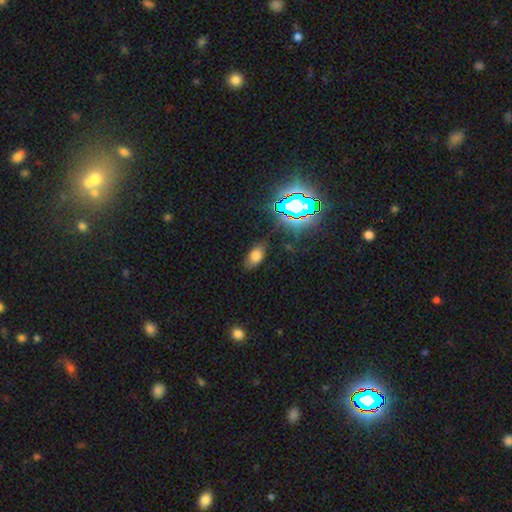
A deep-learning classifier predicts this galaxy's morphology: Smooth or featured? Predicted: smooth (p=0.68). How rounded? Predicted: in between (p=0.89). Merging? Predicted: none (p=0.78).